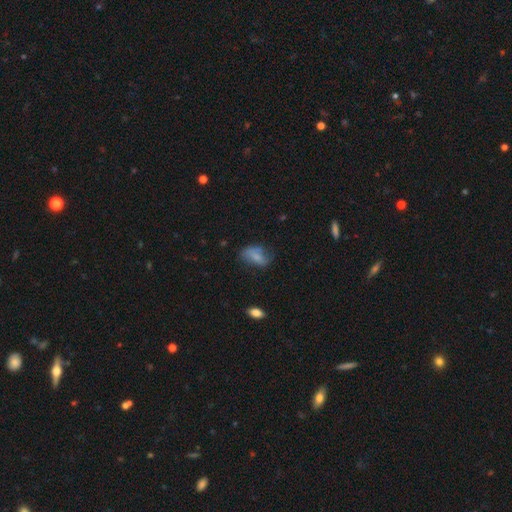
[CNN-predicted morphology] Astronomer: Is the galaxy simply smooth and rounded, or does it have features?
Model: smooth — 62%.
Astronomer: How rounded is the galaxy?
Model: in between — 88%.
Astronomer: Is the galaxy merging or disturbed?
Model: none — 47% (runner-up: minor disturbance, 32%).